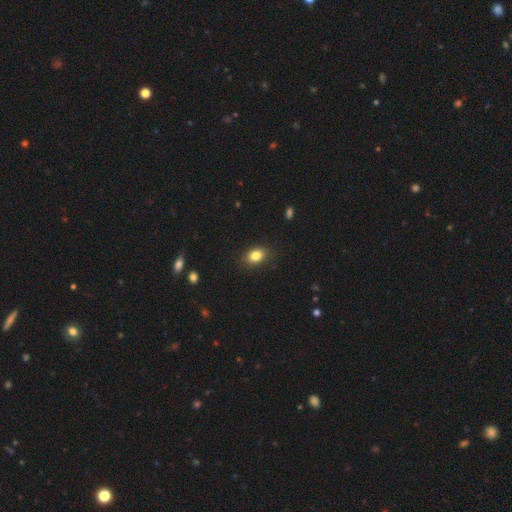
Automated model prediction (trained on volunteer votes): Overall: smooth (84%). How rounded: in between (72%). Merging: none (86%).